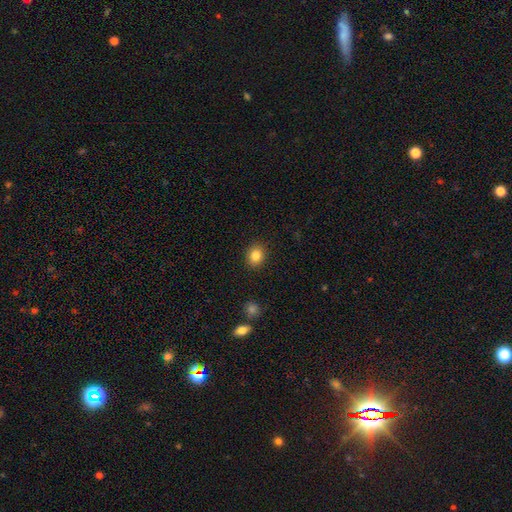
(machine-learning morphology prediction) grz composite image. It shows a smooth galaxy with no disk features (84%) that is round (58%). Merging: none (90%).